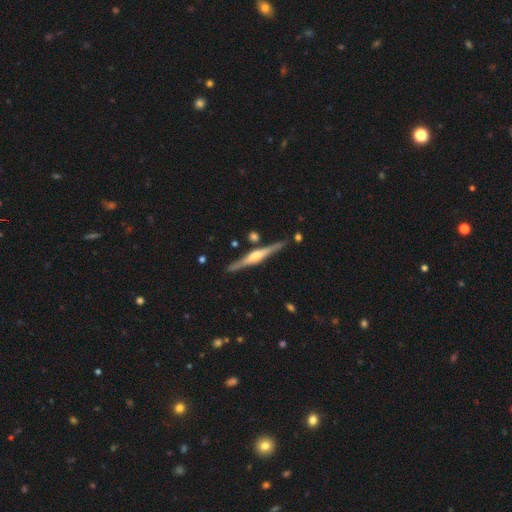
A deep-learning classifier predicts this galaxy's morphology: Smooth or featured: featured or disk — 79% (smooth — 16%)
Edge-on disk: yes — 98% (no — 2%)
Edge-on bulge: rounded — 78% (boxy — 16%)
Merging: none — 86% (minor disturbance — 9%)